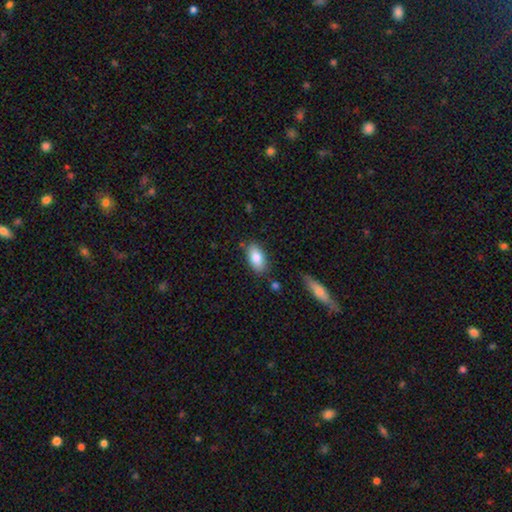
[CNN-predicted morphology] Smooth or featured: smooth — 82% (featured or disk — 11%)
How rounded: in between — 91% (cigar-shaped — 5%)
Merging: none — 81% (minor disturbance — 13%)